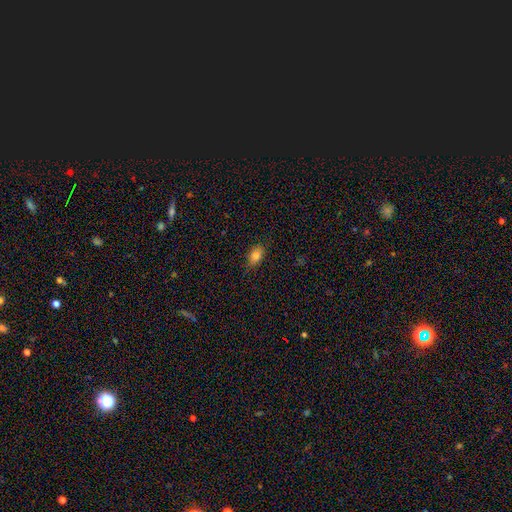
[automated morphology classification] Smooth or featured?
  - smooth: 82% *
  - star or artifact: 10%
  - featured or disk: 8%
How rounded?
  - in between: 82% *
  - round: 15%
  - cigar-shaped: 3%
Merging?
  - none: 82% *
  - minor disturbance: 14%
  - major disturbance: 3%
  - merger: 1%